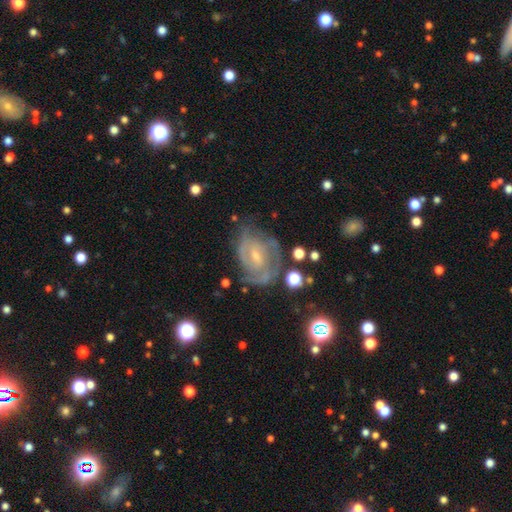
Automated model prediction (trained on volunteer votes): Smooth or featured?
  - featured or disk: 80% *
  - smooth: 13%
  - star or artifact: 8%
Edge-on disk?
  - no: 97% *
  - yes: 3%
Bar?
  - weak: 51% *
  - no: 36%
  - strong: 13%
Spiral arms?
  - yes: 88% *
  - no: 12%
Spiral winding?
  - tight: 53% *
  - medium: 37%
  - loose: 10%
Spiral arm count?
  - 2: 39% *
  - can't tell: 34%
  - 3: 15%
  - 1: 5%
  - 4: 4%
  - more than 4: 3%
Bulge size?
  - small: 59% *
  - moderate: 31%
  - none: 7%
  - large: 2%
  - dominant: 1%
Merging?
  - none: 59% *
  - minor disturbance: 24%
  - major disturbance: 14%
  - merger: 3%